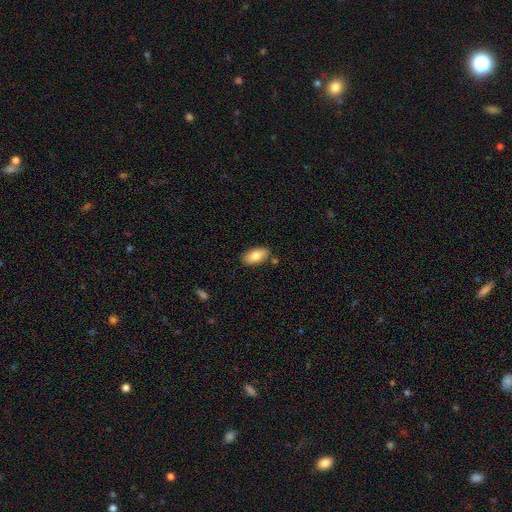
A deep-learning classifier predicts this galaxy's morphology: Smooth or featured? smooth (82%)
How rounded? in between (92%)
Merging? none (83%)